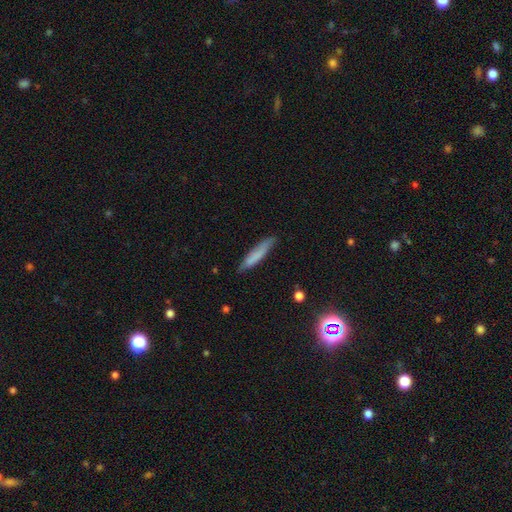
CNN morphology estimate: This appears to be a smooth galaxy with no disk features (72%) that is cigar-shaped (90%). Merging: none (79%).